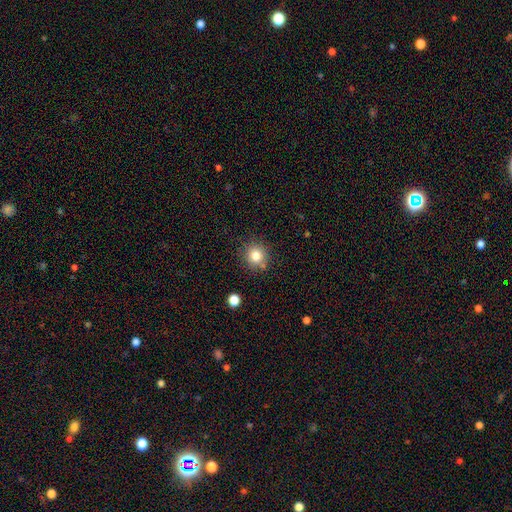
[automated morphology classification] Overall: smooth (81%). How rounded: round (92%). Merging: none (80%).